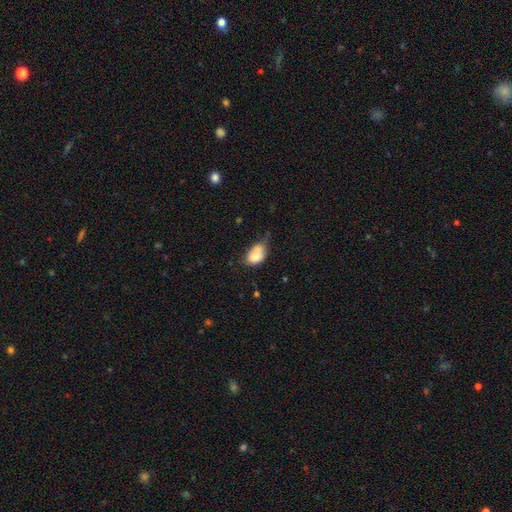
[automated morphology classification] Smooth or featured?
  - smooth: 73% *
  - featured or disk: 18%
  - star or artifact: 9%
How rounded?
  - in between: 77% *
  - round: 21%
  - cigar-shaped: 2%
Merging?
  - merger: 42% *
  - none: 27%
  - minor disturbance: 21%
  - major disturbance: 10%